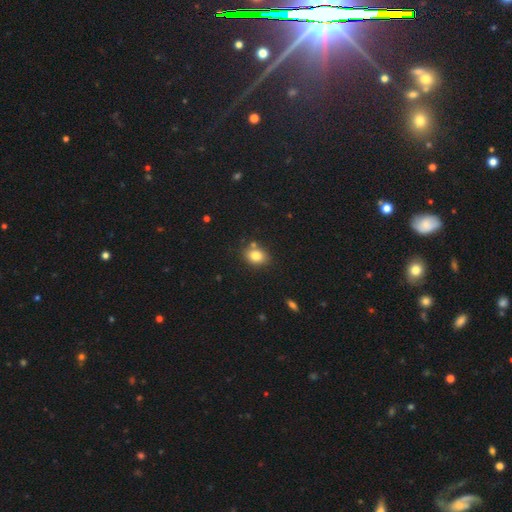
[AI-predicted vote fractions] smooth_or_featured: smooth (p=0.80) [alt: star or artifact p=0.11]
how_rounded: in between (p=0.55) [alt: round p=0.43]
merging: none (p=0.75) [alt: minor disturbance p=0.12]